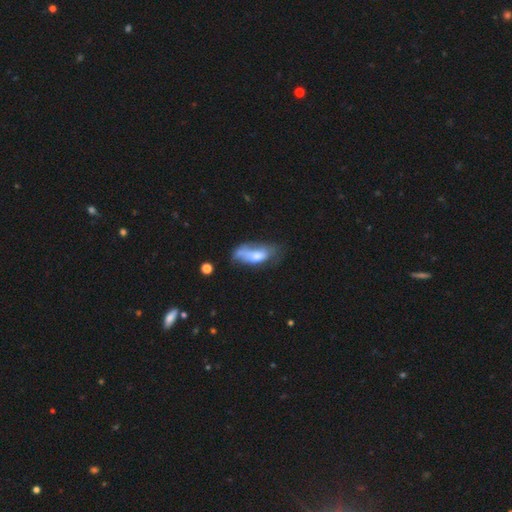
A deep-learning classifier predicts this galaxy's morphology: Smooth or featured? Predicted: smooth (p=0.56). How rounded? Predicted: in between (p=0.80). Merging? Predicted: major disturbance (p=0.34).